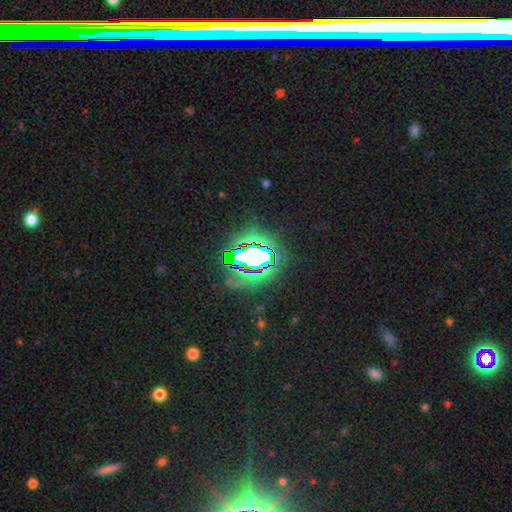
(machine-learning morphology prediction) A star or artifact, not a galaxy (73%).